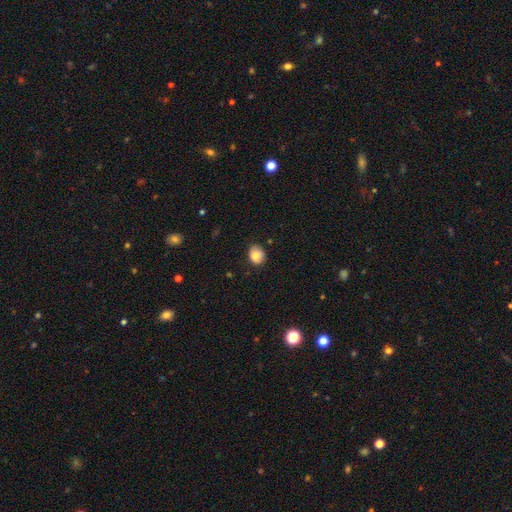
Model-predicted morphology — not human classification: Q: Smooth or featured?
A: smooth (84%); runner-up: star or artifact (9%)
Q: How rounded?
A: round (58%); runner-up: in between (41%)
Q: Merging?
A: none (80%); runner-up: minor disturbance (16%)